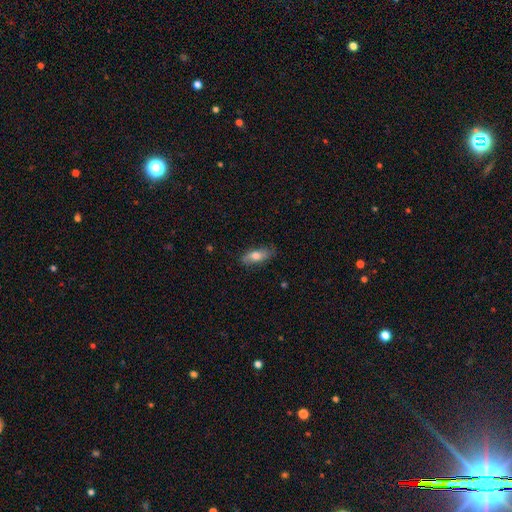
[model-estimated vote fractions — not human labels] A smooth galaxy with no disk features (72%) that is in between round and cigar-shaped (71%). Merging: none (78%).